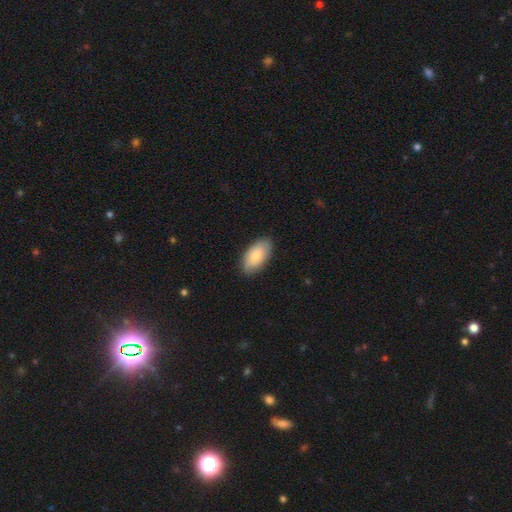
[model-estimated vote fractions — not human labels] Q: Smooth or featured?
A: smooth (82%); runner-up: featured or disk (13%)
Q: How rounded?
A: in between (94%); runner-up: cigar-shaped (3%)
Q: Merging?
A: none (85%); runner-up: minor disturbance (11%)